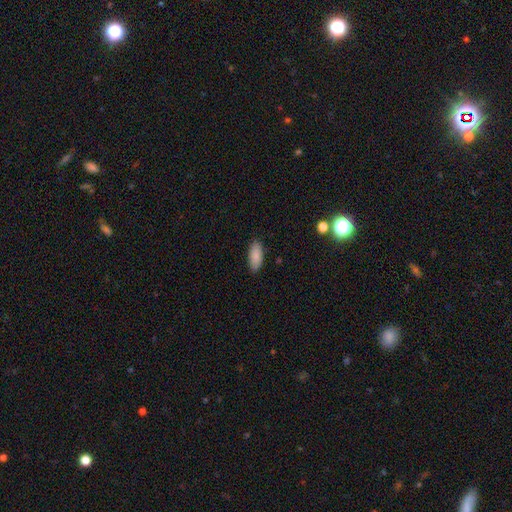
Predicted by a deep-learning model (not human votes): A smooth galaxy with no disk features (87%) that is in between round and cigar-shaped (86%). Merging: none (87%).